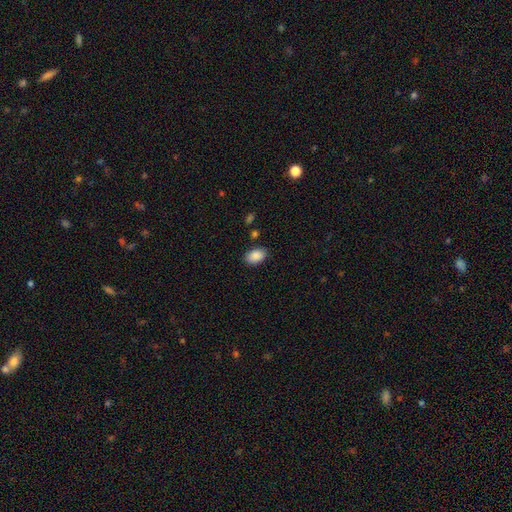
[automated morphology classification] The model was most divided on "merging": none: 85%, minor disturbance: 10%, major disturbance: 3%, merger: 2%. More confident: how rounded — in between (90%); smooth or featured — smooth (89%).